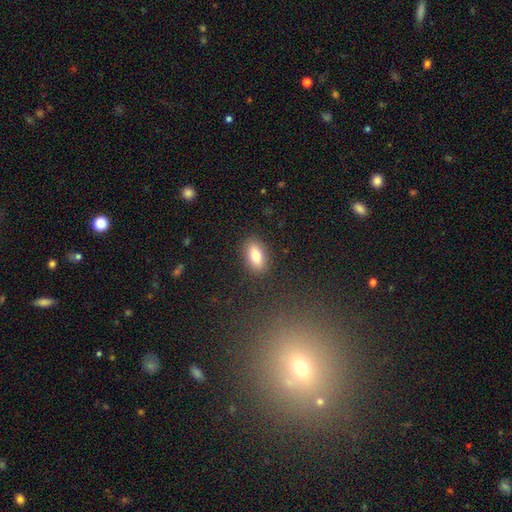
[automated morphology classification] smooth_or_featured: smooth (p=0.78) [alt: featured or disk p=0.14]
how_rounded: in between (p=0.88) [alt: cigar-shaped p=0.07]
merging: none (p=0.87) [alt: minor disturbance p=0.09]